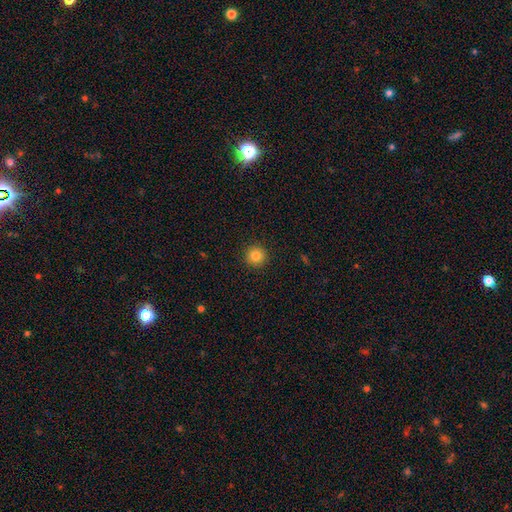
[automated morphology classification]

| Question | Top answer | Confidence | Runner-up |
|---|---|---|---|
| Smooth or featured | smooth | 84% | star or artifact (11%) |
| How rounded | round | 96% | in between (4%) |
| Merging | none | 93% | minor disturbance (5%) |